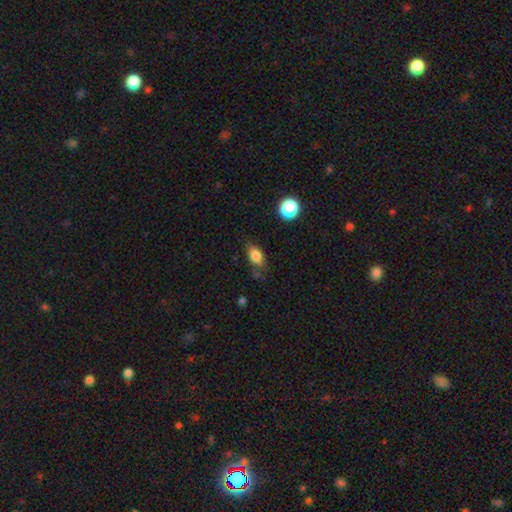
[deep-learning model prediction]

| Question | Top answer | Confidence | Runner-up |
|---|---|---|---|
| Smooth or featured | smooth | 80% | featured or disk (10%) |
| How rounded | in between | 83% | round (10%) |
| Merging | none | 66% | minor disturbance (24%) |